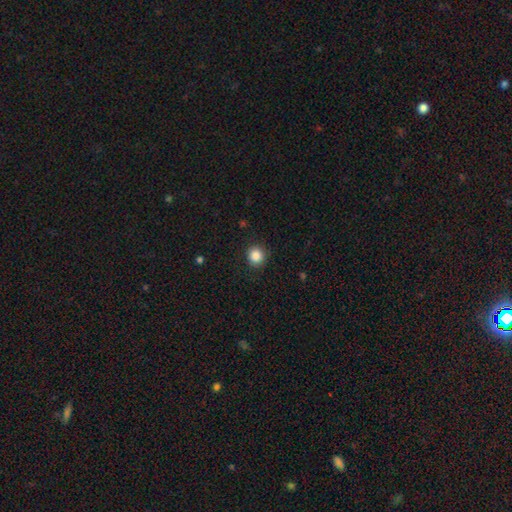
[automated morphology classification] This appears to be a smooth galaxy with no disk features (86%) that is round (92%). Merging: none (90%).